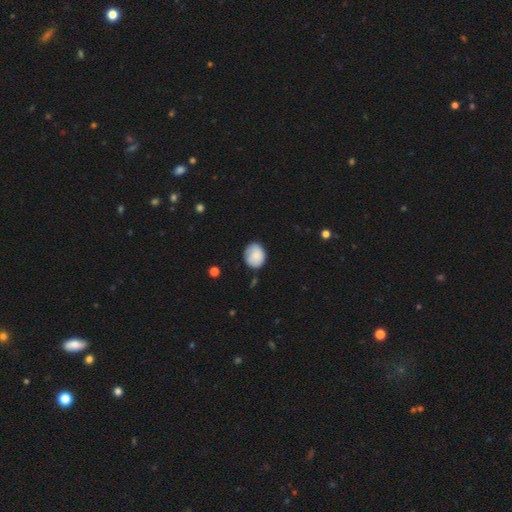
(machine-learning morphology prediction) type=smooth (80%); roundness=round (60%); merging=none (72%).